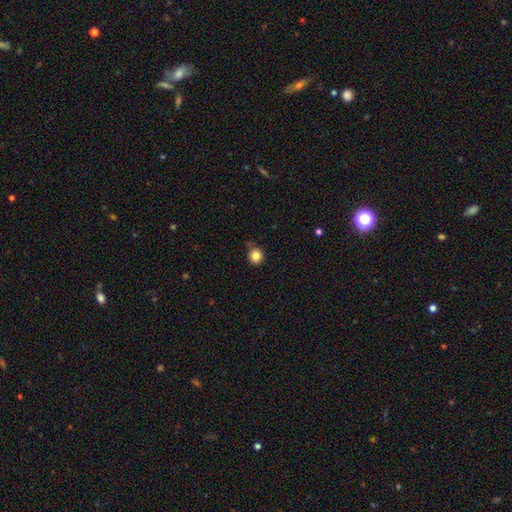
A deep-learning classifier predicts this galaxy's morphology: Smooth or featured?
  - smooth: 84% *
  - star or artifact: 11%
  - featured or disk: 5%
How rounded?
  - round: 89% *
  - in between: 10%
  - cigar-shaped: 1%
Merging?
  - none: 76% *
  - minor disturbance: 17%
  - major disturbance: 3%
  - merger: 3%